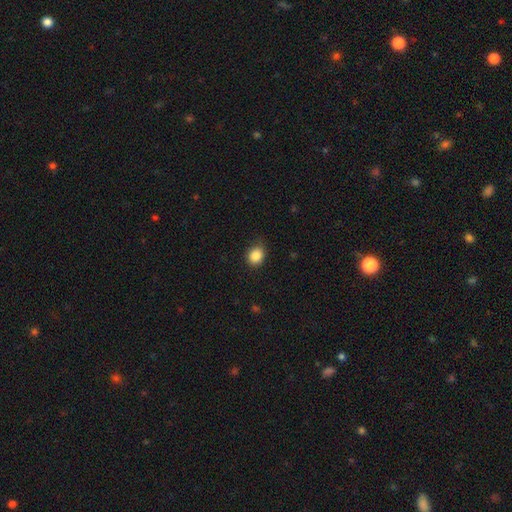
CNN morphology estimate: Q: Smooth or featured?
A: smooth (86%); runner-up: star or artifact (10%)
Q: How rounded?
A: round (63%); runner-up: in between (36%)
Q: Merging?
A: none (79%); runner-up: minor disturbance (17%)